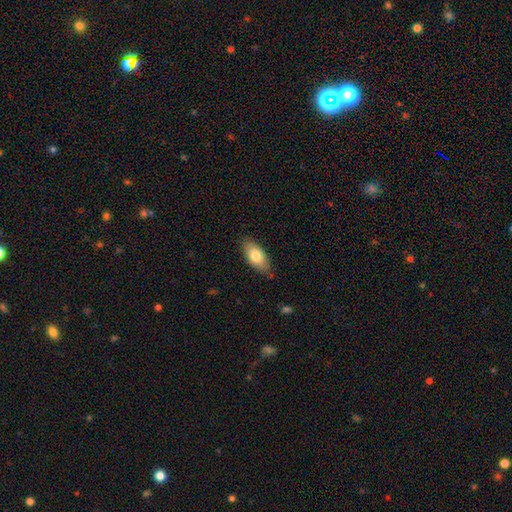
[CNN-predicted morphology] Smooth or featured?
  - smooth: 78% *
  - featured or disk: 15%
  - star or artifact: 6%
How rounded?
  - in between: 88% *
  - cigar-shaped: 10%
  - round: 3%
Merging?
  - none: 82% *
  - minor disturbance: 14%
  - major disturbance: 2%
  - merger: 1%